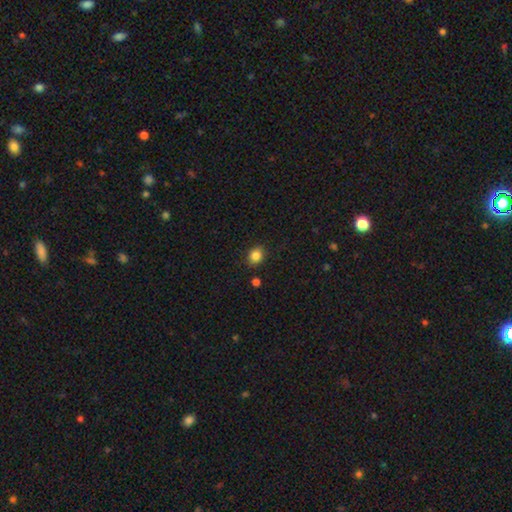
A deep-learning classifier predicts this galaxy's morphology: Smooth or featured: smooth — 85% (star or artifact — 11%)
How rounded: round — 56% (in between — 43%)
Merging: none — 86% (minor disturbance — 9%)